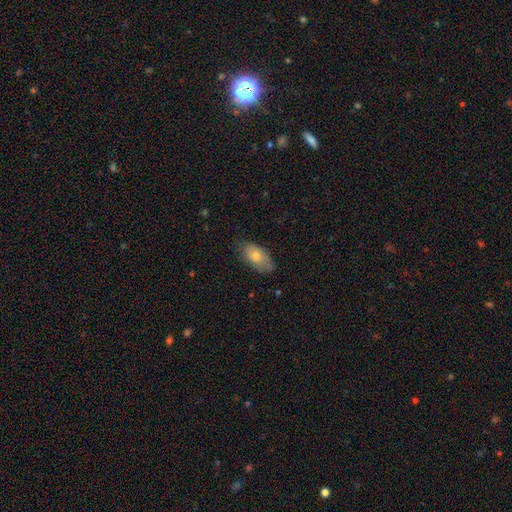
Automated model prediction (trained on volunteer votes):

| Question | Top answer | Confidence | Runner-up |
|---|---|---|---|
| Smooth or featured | smooth | 65% | featured or disk (27%) |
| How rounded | in between | 91% | round (5%) |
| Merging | none | 74% | minor disturbance (21%) |